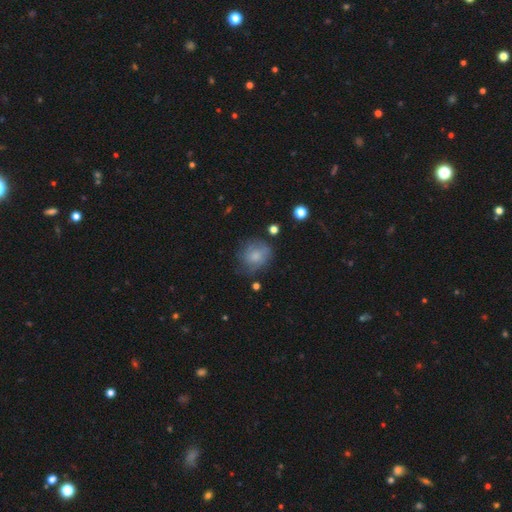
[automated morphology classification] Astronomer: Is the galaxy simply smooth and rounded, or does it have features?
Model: smooth — 67%.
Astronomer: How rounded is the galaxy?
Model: round — 72%.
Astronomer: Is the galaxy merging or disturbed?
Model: none — 59%.